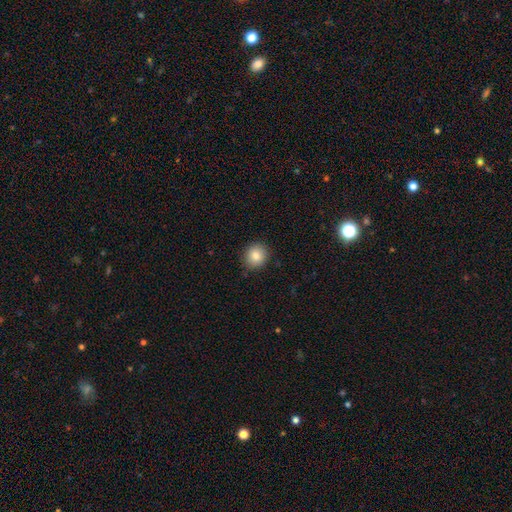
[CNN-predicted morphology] Smooth or featured: smooth — 83% (star or artifact — 10%)
How rounded: round — 87% (in between — 12%)
Merging: none — 89% (minor disturbance — 8%)